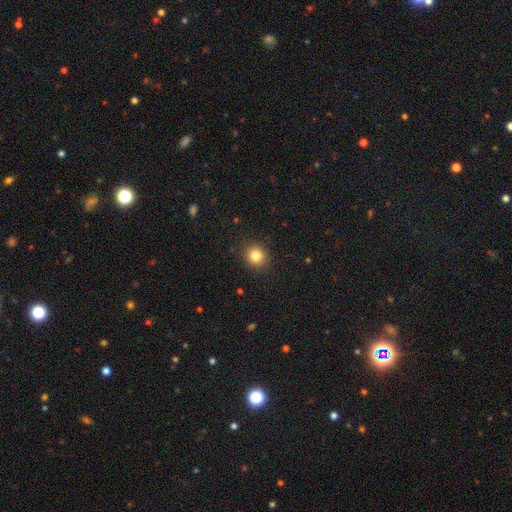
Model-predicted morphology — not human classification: Smooth or featured?
  - smooth: 83% *
  - star or artifact: 12%
  - featured or disk: 6%
How rounded?
  - round: 86% *
  - in between: 13%
  - cigar-shaped: 1%
Merging?
  - none: 90% *
  - minor disturbance: 7%
  - major disturbance: 2%
  - merger: 1%